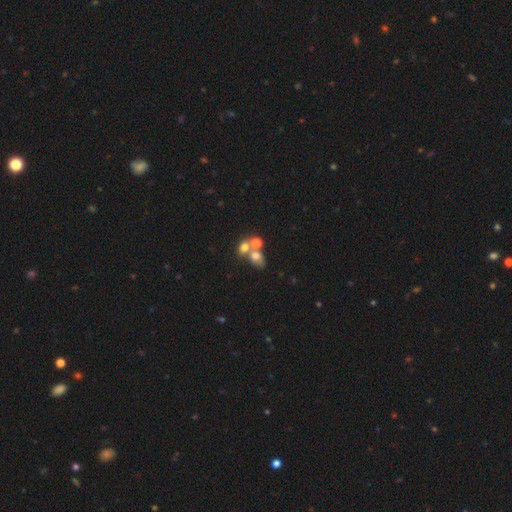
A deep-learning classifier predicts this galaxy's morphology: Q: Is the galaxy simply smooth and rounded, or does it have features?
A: smooth — 64%.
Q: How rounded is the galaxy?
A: in between — 50%.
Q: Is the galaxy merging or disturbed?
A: merger — 59%.